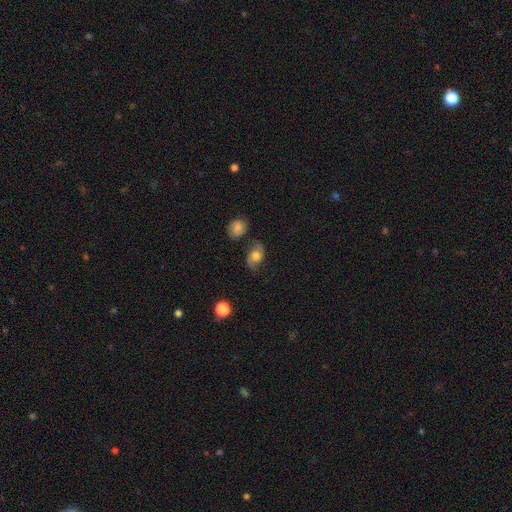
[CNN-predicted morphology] Smooth or featured? smooth (51%)
How rounded? in between (78%)
Merging? none (69%)